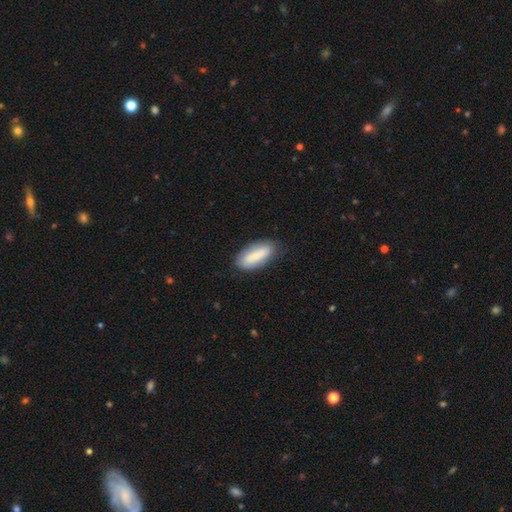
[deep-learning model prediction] Smooth or featured: smooth — 72% (featured or disk — 21%)
How rounded: in between — 81% (cigar-shaped — 17%)
Merging: none — 76% (minor disturbance — 18%)